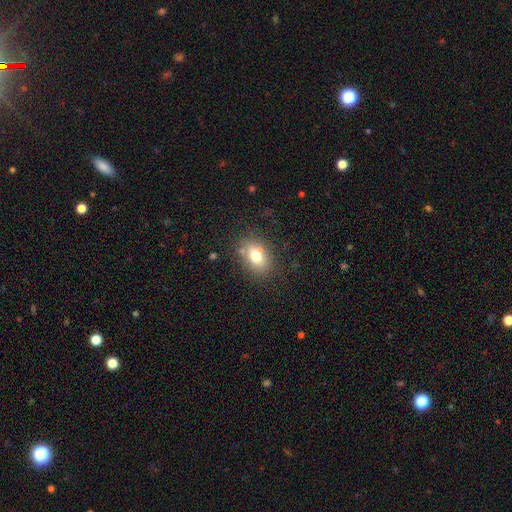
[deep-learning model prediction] Smooth or featured? Predicted: smooth (p=0.71). How rounded? Predicted: in between (p=0.72). Merging? Predicted: none (p=0.74).